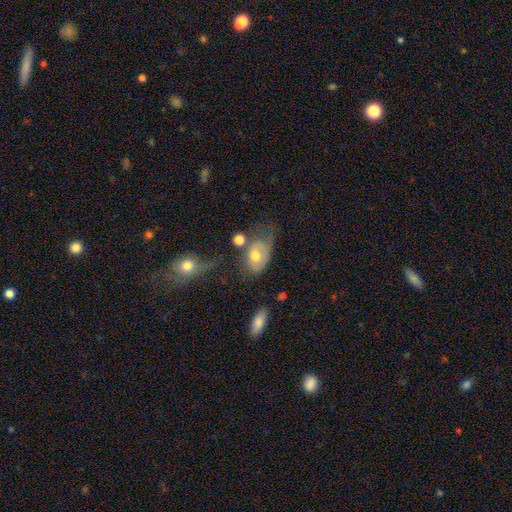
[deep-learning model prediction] smooth 59%, featured or disk 32%, star or artifact 8%. Down the decision tree: how rounded — in between (81%); merging — none (32%).